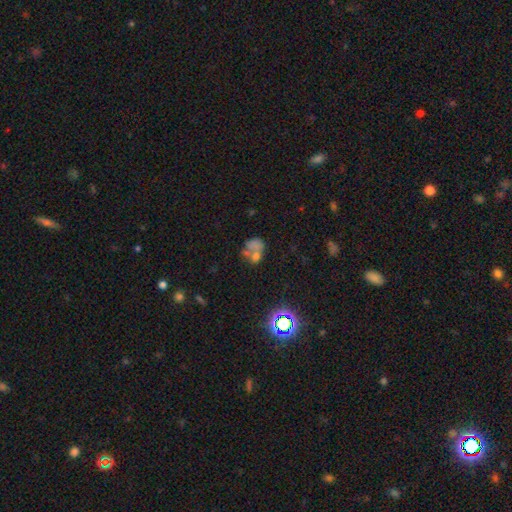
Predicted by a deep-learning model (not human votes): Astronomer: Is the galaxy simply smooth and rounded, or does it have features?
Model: smooth — 39% (runner-up: star or artifact, 35%).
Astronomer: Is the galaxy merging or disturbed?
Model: merger — 42% (runner-up: none, 35%).